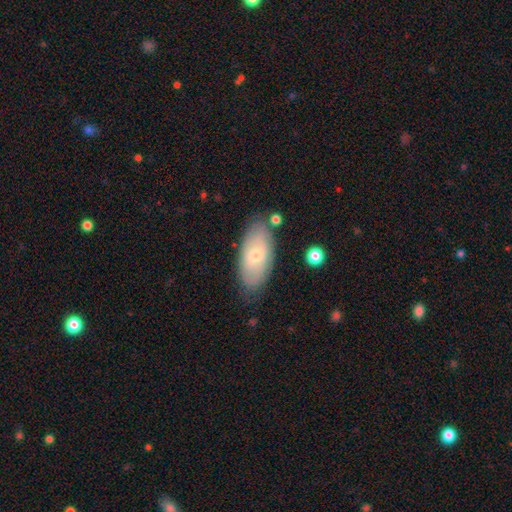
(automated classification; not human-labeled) Smooth or featured?
  - smooth: 60% *
  - featured or disk: 33%
  - star or artifact: 7%
How rounded?
  - in between: 91% *
  - cigar-shaped: 6%
  - round: 3%
Merging?
  - none: 77% *
  - minor disturbance: 16%
  - major disturbance: 4%
  - merger: 3%